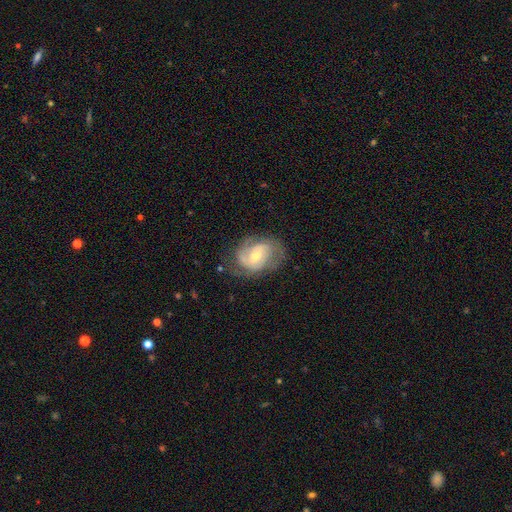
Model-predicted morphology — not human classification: Q: Smooth or featured?
A: featured or disk (77%); runner-up: smooth (17%)
Q: Edge-on disk?
A: no (97%); runner-up: yes (3%)
Q: Bar?
A: weak (47%); runner-up: no (39%)
Q: Spiral arms?
A: yes (91%); runner-up: no (9%)
Q: Spiral winding?
A: medium (47%); runner-up: tight (36%)
Q: Spiral arm count?
A: 2 (57%); runner-up: can't tell (19%)
Q: Bulge size?
A: moderate (53%); runner-up: small (41%)
Q: Merging?
A: none (63%); runner-up: minor disturbance (23%)